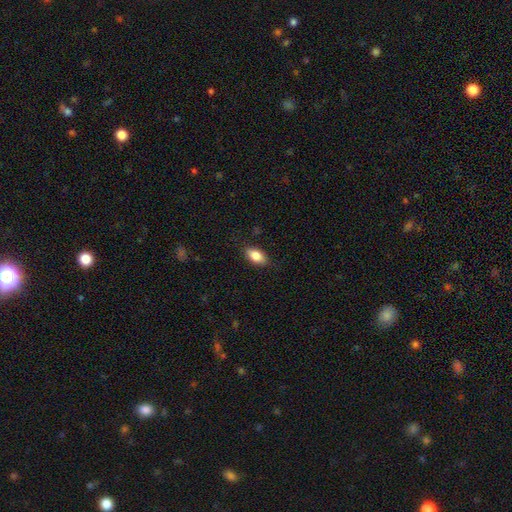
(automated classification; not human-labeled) Smooth or featured? smooth (82%)
How rounded? in between (89%)
Merging? none (85%)